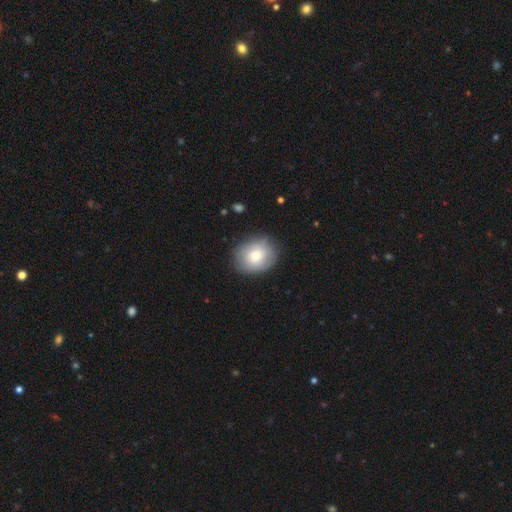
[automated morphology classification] This appears to be a smooth galaxy with no disk features (69%) that is round (54%). Merging: none (79%).